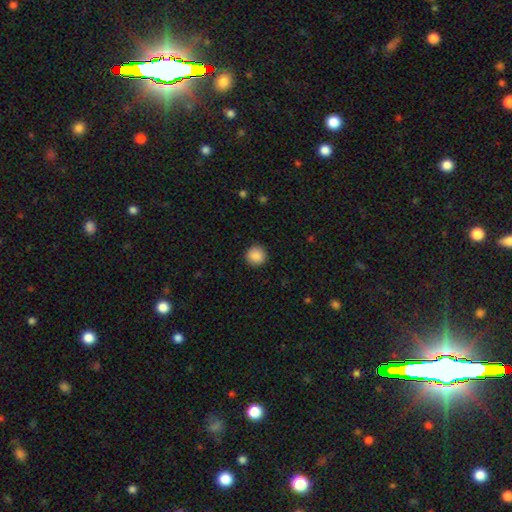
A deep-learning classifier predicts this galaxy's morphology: This appears to be a smooth galaxy with no disk features (89%) that is round (93%). Merging: none (91%).